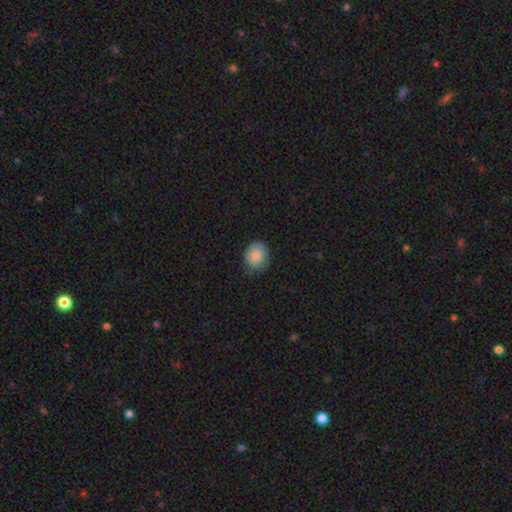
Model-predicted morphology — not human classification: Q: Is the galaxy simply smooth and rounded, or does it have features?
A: smooth — 85%.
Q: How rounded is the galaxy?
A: round — 70%.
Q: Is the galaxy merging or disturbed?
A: none — 77%.